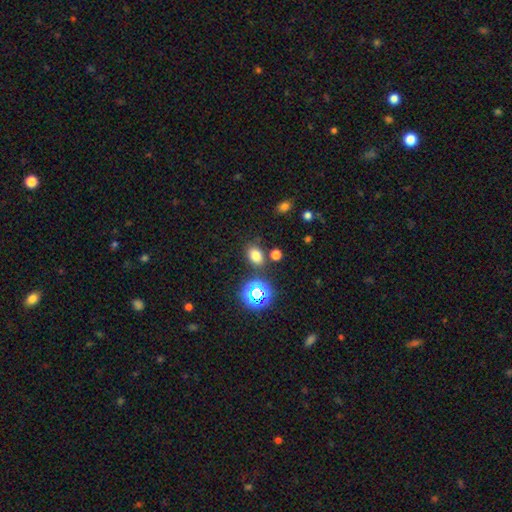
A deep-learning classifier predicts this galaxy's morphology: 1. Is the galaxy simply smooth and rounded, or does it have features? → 73% smooth, 20% star or artifact, 6% featured or disk.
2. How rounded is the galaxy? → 67% in between, 31% round, 1% cigar-shaped.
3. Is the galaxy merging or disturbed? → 78% none, 11% minor disturbance, 7% merger, 4% major disturbance.